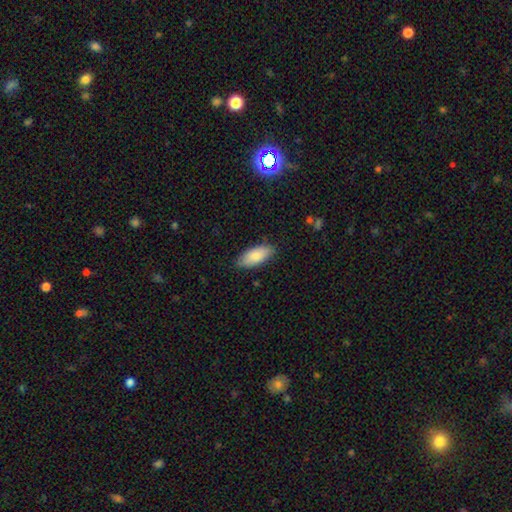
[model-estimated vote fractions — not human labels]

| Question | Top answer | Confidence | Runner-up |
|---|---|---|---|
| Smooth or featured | smooth | 82% | featured or disk (12%) |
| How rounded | in between | 88% | cigar-shaped (10%) |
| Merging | none | 82% | minor disturbance (15%) |